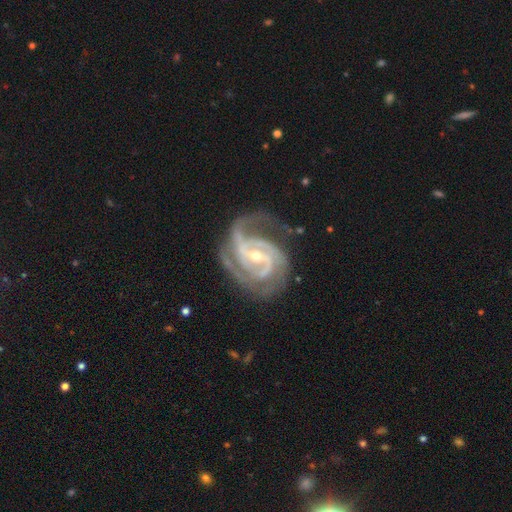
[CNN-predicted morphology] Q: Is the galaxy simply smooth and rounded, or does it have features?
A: featured or disk — 93%.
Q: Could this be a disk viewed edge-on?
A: no — 98%.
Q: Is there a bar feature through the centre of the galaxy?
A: weak — 41%.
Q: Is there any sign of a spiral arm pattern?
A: yes — 99%.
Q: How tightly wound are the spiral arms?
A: tight — 51%.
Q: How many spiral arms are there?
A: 3 — 42%.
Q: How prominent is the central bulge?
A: small — 58%.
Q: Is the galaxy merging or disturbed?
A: none — 64%.